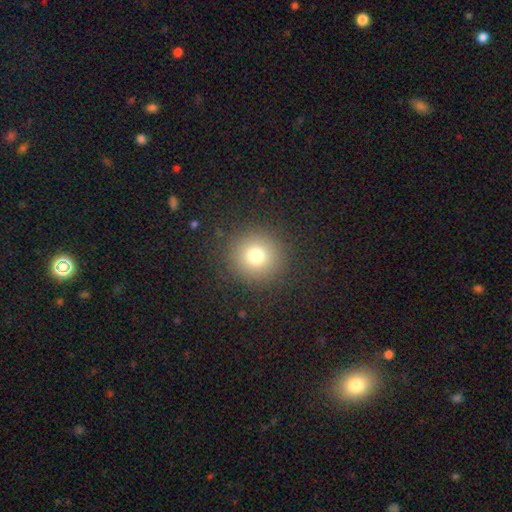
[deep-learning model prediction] The model was most divided on "smooth or featured": smooth: 76%, star or artifact: 15%, featured or disk: 9%. More confident: how rounded — round (95%); merging — none (89%).